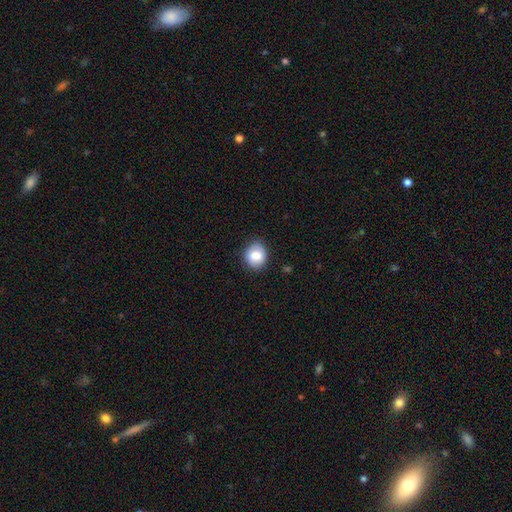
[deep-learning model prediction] smooth-or-featured: smooth: 81% | featured or disk: 11% | star or artifact: 8%
  how-rounded: round: 68% | in between: 31% | cigar-shaped: 1%
  merging: none: 81% | minor disturbance: 15% | major disturbance: 3% | merger: 1%